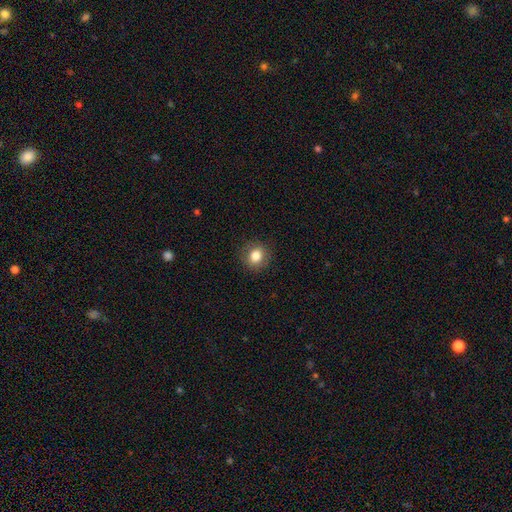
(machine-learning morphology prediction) This is clearly a smooth galaxy (83%). How rounded: likely round (78%). Merging: clearly none (89%).